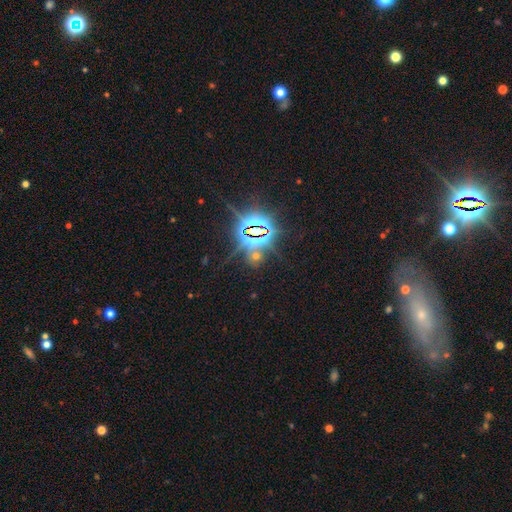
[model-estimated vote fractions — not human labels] A star or artifact, not a galaxy (74%).

Vote fractions:
- Smooth or featured? star or artifact: 74% / smooth: 18% / featured or disk: 8%